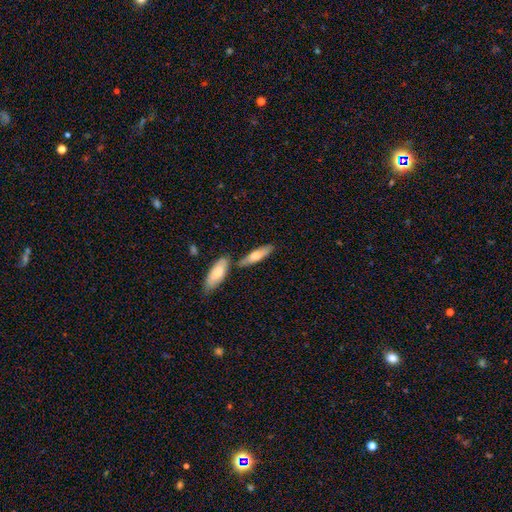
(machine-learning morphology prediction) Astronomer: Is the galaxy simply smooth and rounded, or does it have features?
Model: smooth — 65%.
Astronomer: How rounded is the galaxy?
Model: cigar-shaped — 61% (runner-up: in between, 37%).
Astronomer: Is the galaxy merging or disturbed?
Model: none — 65%.